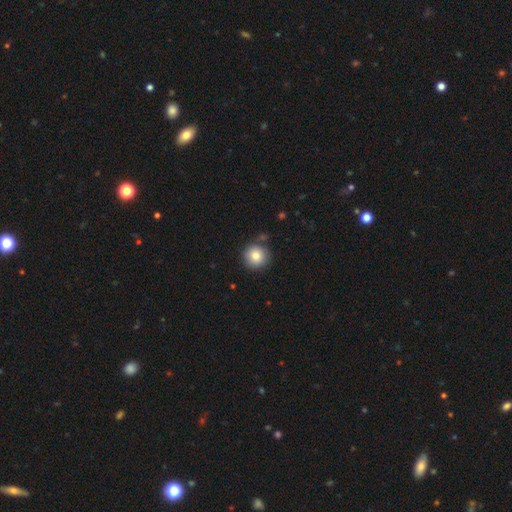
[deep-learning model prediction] A smooth galaxy with no disk features (81%) that is round (95%).

Vote fractions:
- Smooth or featured? smooth: 81% / featured or disk: 9% / star or artifact: 9%
- How rounded? round: 95% / in between: 4% / cigar-shaped: 1%
- Merging? none: 81% / minor disturbance: 11% / merger: 5% / major disturbance: 3%